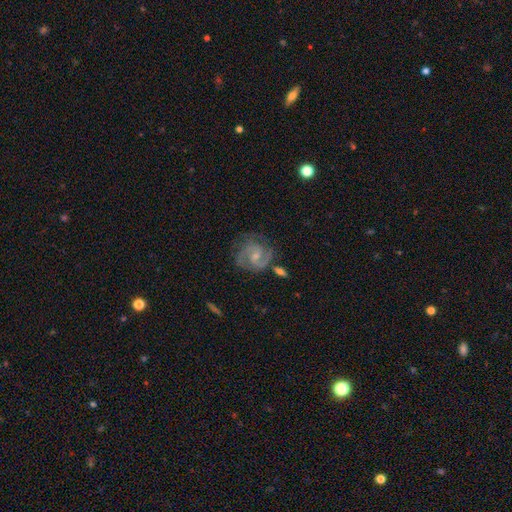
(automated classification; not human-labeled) A featured or disk galaxy (87%) with a weak bar (48%), 2 (79%) medium (51%) spiral arms (97%) and a small central bulge (54%). Merging: none (70%).